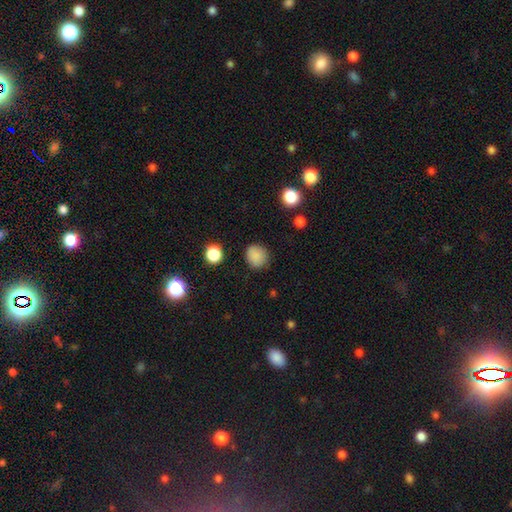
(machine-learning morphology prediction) Smooth or featured? smooth (85%)
How rounded? round (83%)
Merging? none (85%)